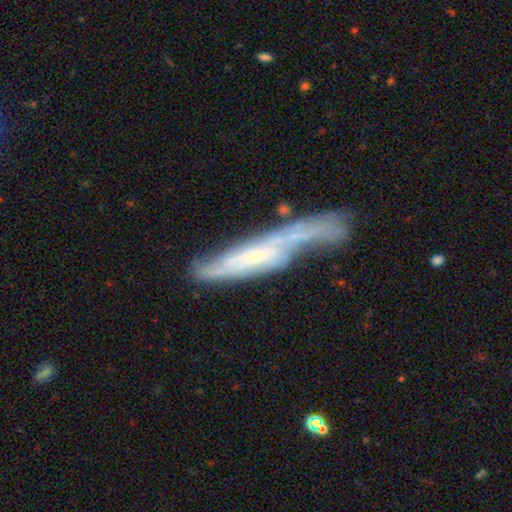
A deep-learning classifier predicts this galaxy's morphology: Overall: featured or disk (73%). Edge-on disk: no (56%; yes 44%). Merging: none (42%; minor disturbance 26%).